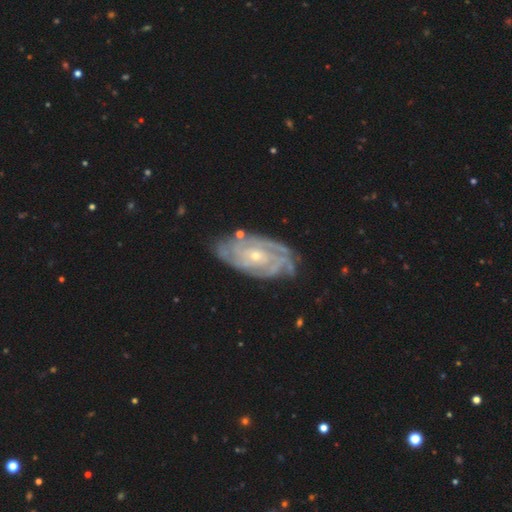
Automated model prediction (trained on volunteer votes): Overall: featured or disk (87%). Edge-on disk: no (95%). Bar: no (70%). Spiral arms: yes (97%). Spiral arm count: can't tell (31%; 4 21%). Spiral winding: tight (75%). Bulge size: small (69%). Merging: none (75%).